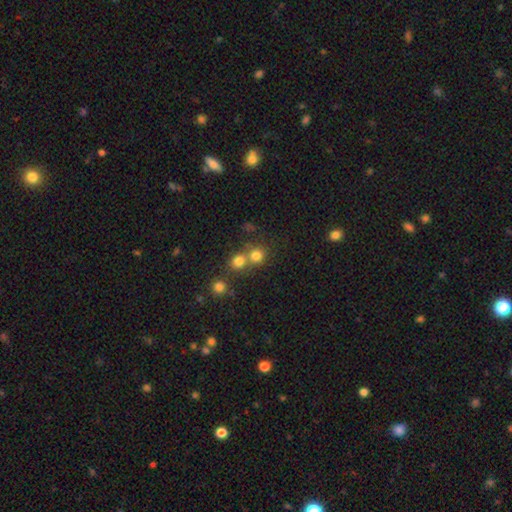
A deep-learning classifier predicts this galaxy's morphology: A smooth galaxy with no disk features (77%) that is round (87%).

Vote fractions:
- Smooth or featured? smooth: 77% / star or artifact: 15% / featured or disk: 8%
- How rounded? round: 87% / in between: 12% / cigar-shaped: 1%
- Merging? none: 51% / merger: 40% / minor disturbance: 6% / major disturbance: 3%